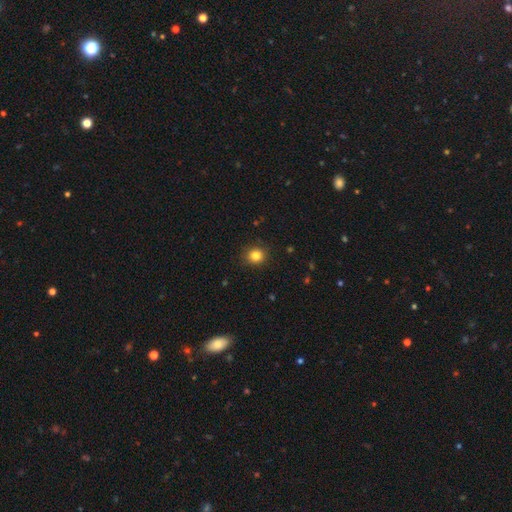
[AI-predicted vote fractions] A smooth galaxy with no disk features (83%) that is round (84%).

Vote fractions:
- Smooth or featured? smooth: 83% / star or artifact: 12% / featured or disk: 5%
- How rounded? round: 84% / in between: 15% / cigar-shaped: 1%
- Merging? none: 89% / minor disturbance: 8% / major disturbance: 2% / merger: 1%